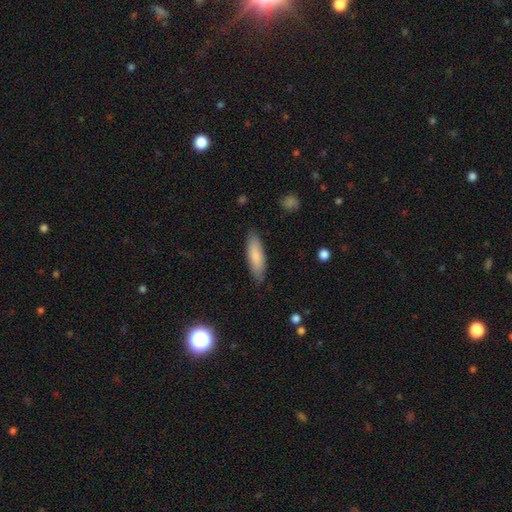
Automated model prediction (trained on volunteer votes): Smooth or featured? smooth (82%)
How rounded? cigar-shaped (53%)
Merging? none (85%)